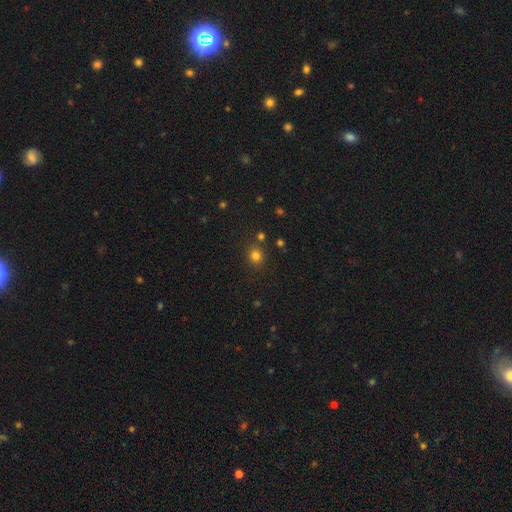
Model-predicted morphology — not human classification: A smooth galaxy with no disk features (79%) that is round (82%).

Vote fractions:
- Smooth or featured? smooth: 79% / star or artifact: 16% / featured or disk: 5%
- How rounded? round: 82% / in between: 17% / cigar-shaped: 1%
- Merging? none: 82% / minor disturbance: 9% / merger: 6% / major disturbance: 3%